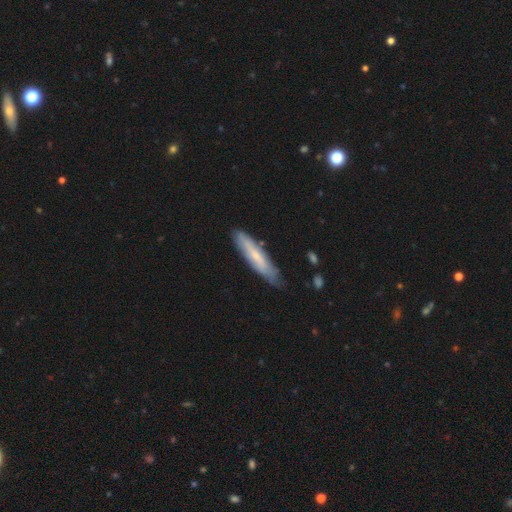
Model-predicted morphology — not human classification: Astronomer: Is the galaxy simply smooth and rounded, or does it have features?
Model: smooth — 57% (runner-up: featured or disk, 38%).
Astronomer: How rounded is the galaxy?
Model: cigar-shaped — 82%.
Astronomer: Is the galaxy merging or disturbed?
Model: none — 74%.